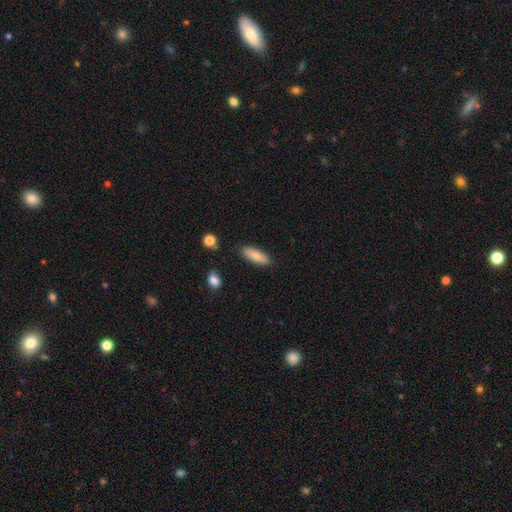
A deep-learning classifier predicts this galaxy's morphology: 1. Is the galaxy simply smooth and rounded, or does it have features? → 82% smooth, 12% featured or disk, 6% star or artifact.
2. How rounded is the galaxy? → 66% in between, 32% cigar-shaped, 2% round.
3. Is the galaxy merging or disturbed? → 86% none, 10% minor disturbance, 2% major disturbance, 2% merger.